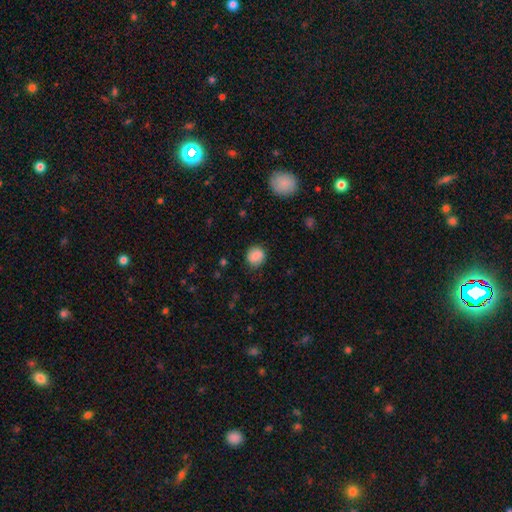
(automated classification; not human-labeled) smooth 85%, star or artifact 8%, featured or disk 6%. Down the decision tree: how rounded — round (84%); merging — none (84%).